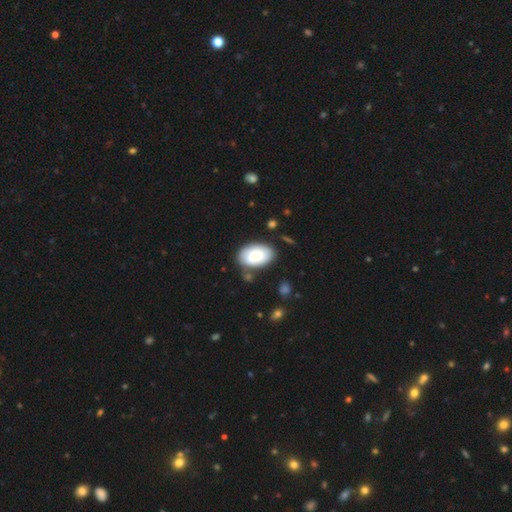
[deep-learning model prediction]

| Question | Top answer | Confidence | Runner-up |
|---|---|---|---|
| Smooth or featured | smooth | 74% | featured or disk (19%) |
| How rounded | in between | 93% | round (6%) |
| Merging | none | 74% | minor disturbance (16%) |